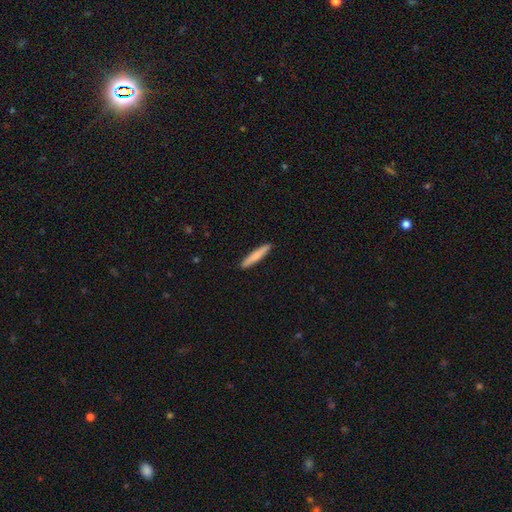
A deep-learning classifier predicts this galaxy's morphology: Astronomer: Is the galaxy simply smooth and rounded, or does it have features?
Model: smooth — 77%.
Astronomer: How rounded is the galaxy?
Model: cigar-shaped — 95%.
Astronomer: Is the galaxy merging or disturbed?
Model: none — 92%.